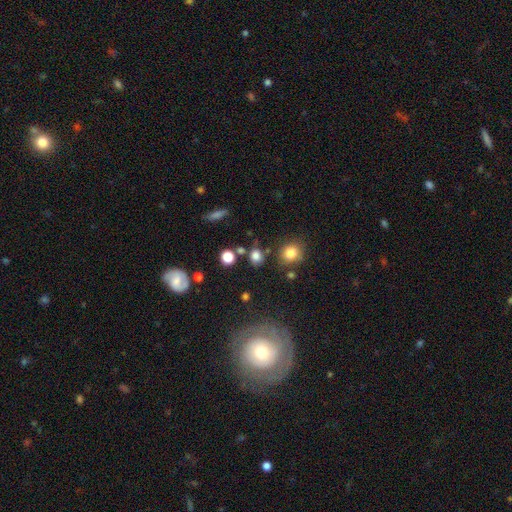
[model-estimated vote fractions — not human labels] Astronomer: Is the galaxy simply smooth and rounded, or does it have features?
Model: smooth — 78%.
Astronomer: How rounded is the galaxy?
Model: round — 70%.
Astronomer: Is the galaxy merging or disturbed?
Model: none — 74%.